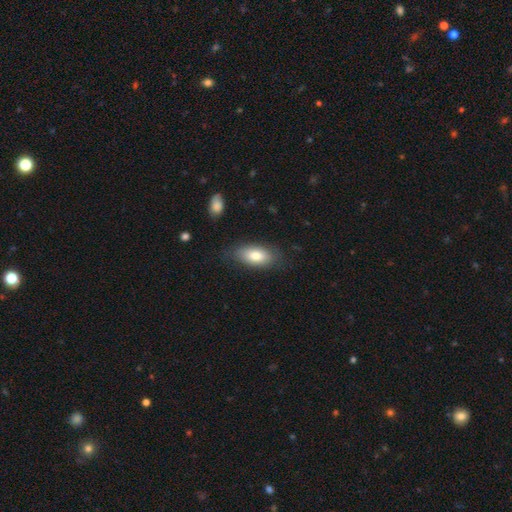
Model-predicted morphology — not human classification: Q: Smooth or featured?
A: smooth (81%); runner-up: featured or disk (13%)
Q: How rounded?
A: in between (90%); runner-up: cigar-shaped (6%)
Q: Merging?
A: none (79%); runner-up: minor disturbance (15%)